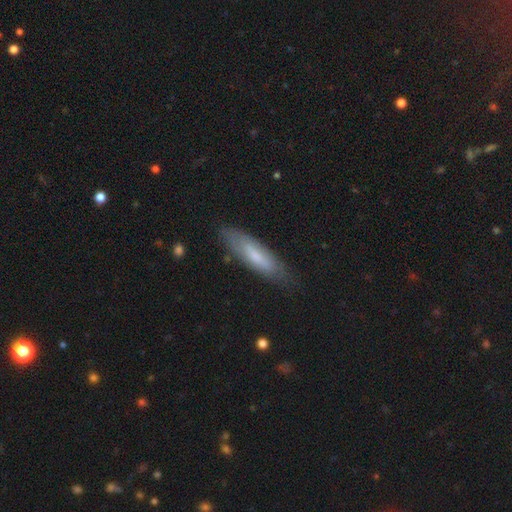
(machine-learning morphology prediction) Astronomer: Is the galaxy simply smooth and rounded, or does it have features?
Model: smooth — 65%.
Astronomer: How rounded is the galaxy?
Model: cigar-shaped — 64%.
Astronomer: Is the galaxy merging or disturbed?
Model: none — 79%.